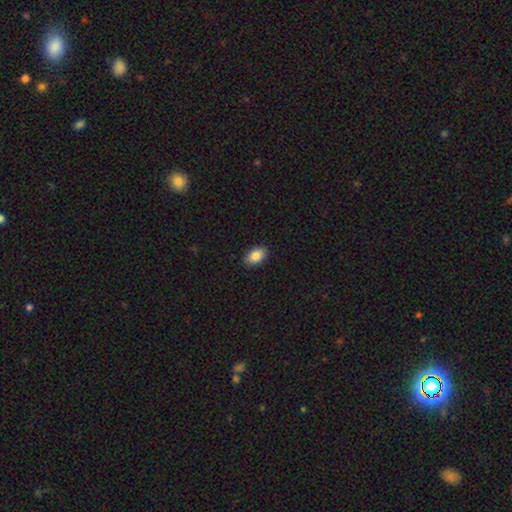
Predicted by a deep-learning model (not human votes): Overall: smooth (86%). How rounded: in between (89%). Merging: none (90%).